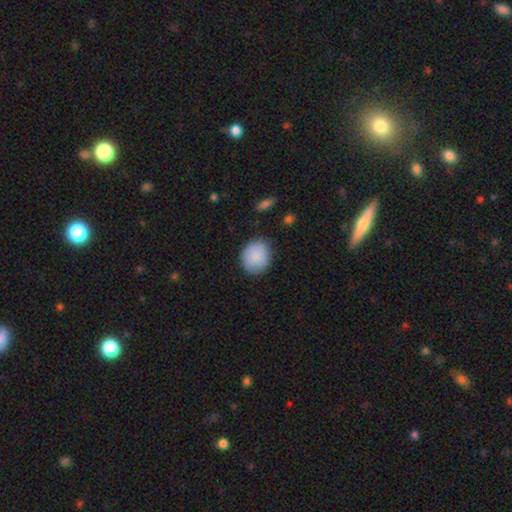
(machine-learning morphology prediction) smooth 88%, star or artifact 6%, featured or disk 6%. Down the decision tree: how rounded — round (72%); merging — none (82%).